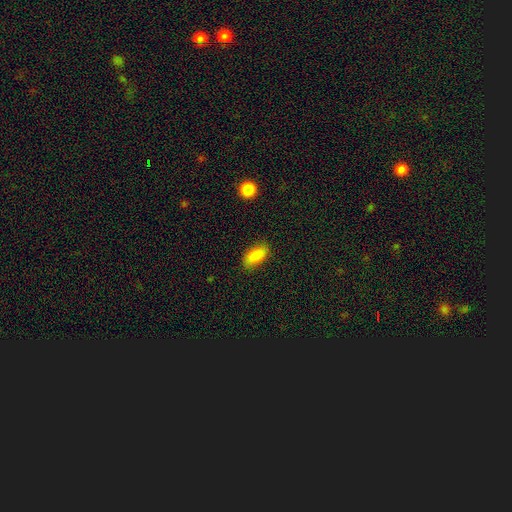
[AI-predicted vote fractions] A smooth galaxy with no disk features (85%) that is in between round and cigar-shaped (91%). Merging: none (84%).